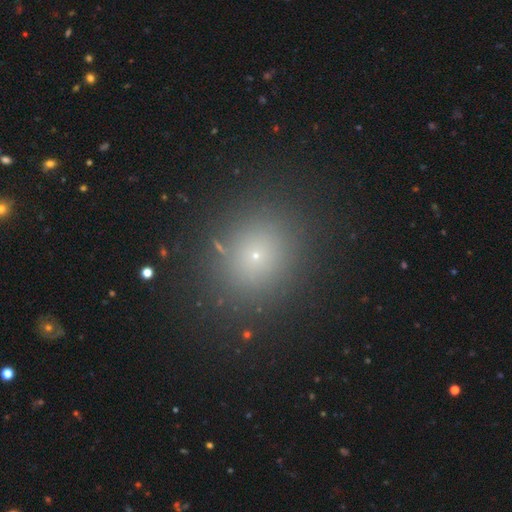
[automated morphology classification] This is likely a smooth galaxy (65%). How rounded: likely round (72%). Merging: clearly none (88%).